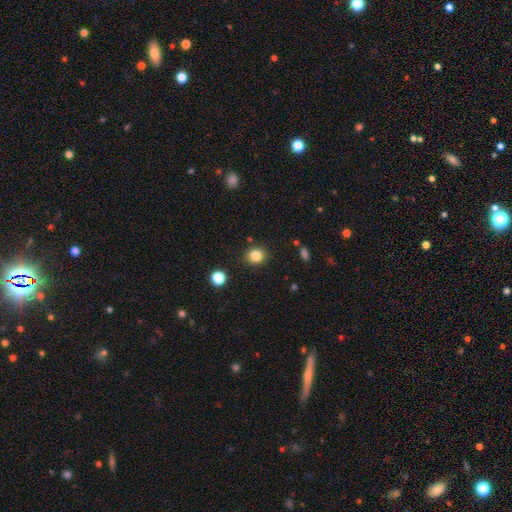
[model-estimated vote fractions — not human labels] smooth 83%, star or artifact 12%, featured or disk 5%. Down the decision tree: how rounded — round (79%); merging — none (89%).